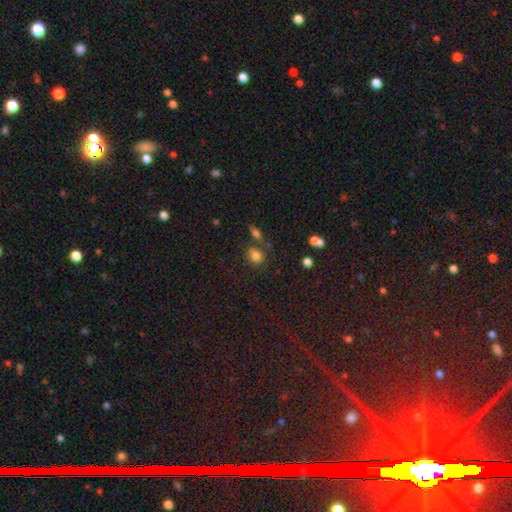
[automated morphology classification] Smooth or featured?
  - smooth: 77% *
  - star or artifact: 15%
  - featured or disk: 8%
How rounded?
  - round: 62% *
  - in between: 36%
  - cigar-shaped: 2%
Merging?
  - none: 58% *
  - merger: 19%
  - minor disturbance: 16%
  - major disturbance: 7%